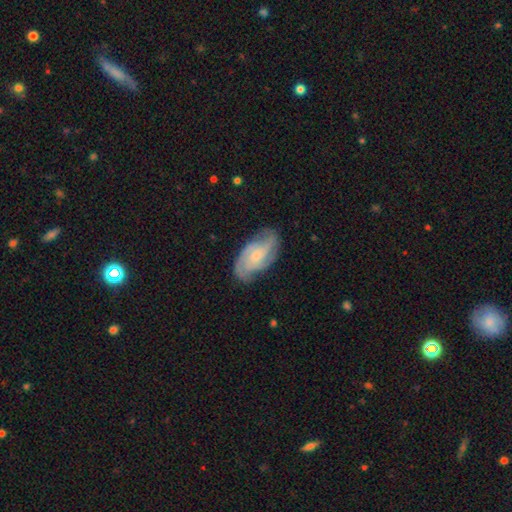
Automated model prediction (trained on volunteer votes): Smooth or featured?
  - featured or disk: 81% *
  - smooth: 13%
  - star or artifact: 5%
Edge-on disk?
  - no: 96% *
  - yes: 4%
Bar?
  - no: 59% *
  - weak: 34%
  - strong: 7%
Spiral arms?
  - yes: 97% *
  - no: 3%
Spiral winding?
  - tight: 45% *
  - medium: 44%
  - loose: 11%
Spiral arm count?
  - 3: 36% *
  - 2: 35%
  - can't tell: 14%
  - 4: 7%
  - 1: 4%
  - more than 4: 4%
Bulge size?
  - small: 49% *
  - moderate: 31%
  - none: 15%
  - large: 4%
  - dominant: 1%
Merging?
  - none: 74% *
  - minor disturbance: 19%
  - major disturbance: 6%
  - merger: 1%